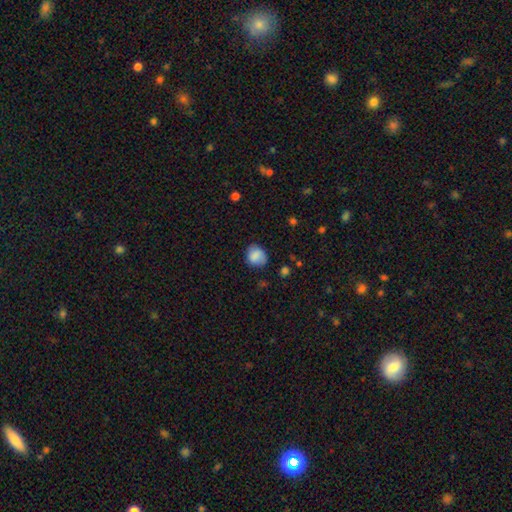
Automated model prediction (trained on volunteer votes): Q: Smooth or featured?
A: smooth (84%); runner-up: star or artifact (8%)
Q: How rounded?
A: round (70%); runner-up: in between (29%)
Q: Merging?
A: none (72%); runner-up: minor disturbance (21%)